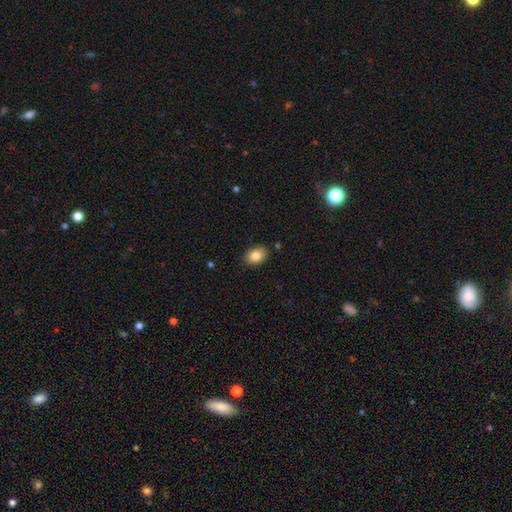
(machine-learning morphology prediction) smooth 84%, featured or disk 8%, star or artifact 8%. Down the decision tree: how rounded — in between (77%); merging — none (88%).